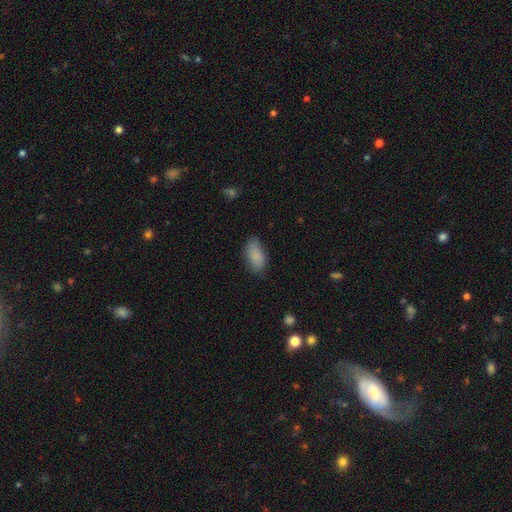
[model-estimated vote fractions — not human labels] Morphology: type=smooth (87%); roundness=in between (92%); merging=none (79%).